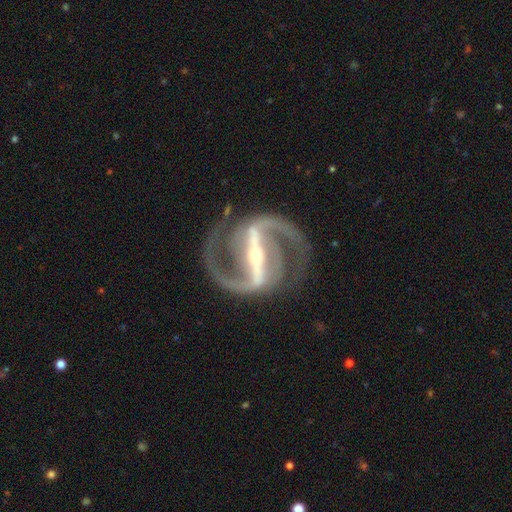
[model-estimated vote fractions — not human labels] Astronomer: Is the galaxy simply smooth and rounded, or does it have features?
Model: featured or disk — 94%.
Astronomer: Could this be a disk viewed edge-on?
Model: no — 96%.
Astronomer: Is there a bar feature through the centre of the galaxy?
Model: strong — 88%.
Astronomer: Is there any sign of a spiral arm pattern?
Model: yes — 98%.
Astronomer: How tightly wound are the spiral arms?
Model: medium — 63%.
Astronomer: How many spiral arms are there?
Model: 2 — 94%.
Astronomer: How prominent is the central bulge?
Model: small — 74%.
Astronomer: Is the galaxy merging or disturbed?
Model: none — 83%.